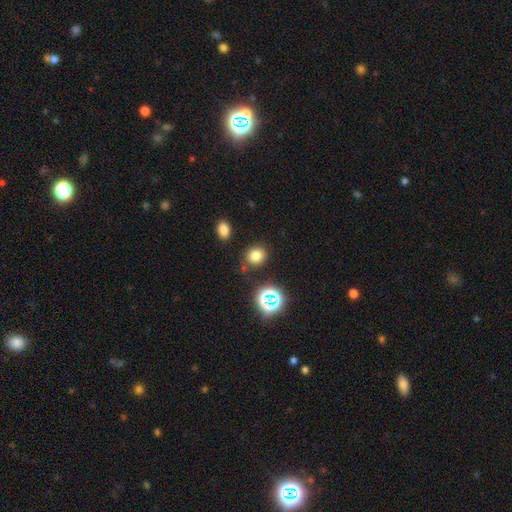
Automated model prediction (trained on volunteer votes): A smooth galaxy with no disk features (75%) that is round (72%). Merging: none (80%).